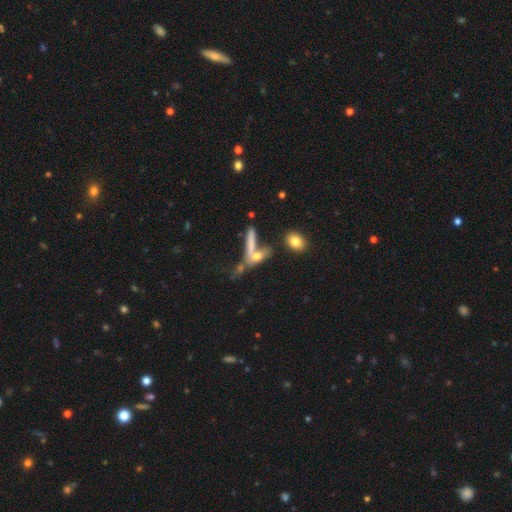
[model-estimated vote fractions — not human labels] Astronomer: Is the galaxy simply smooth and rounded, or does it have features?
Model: smooth — 57%.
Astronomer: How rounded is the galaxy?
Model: cigar-shaped — 57% (runner-up: in between, 36%).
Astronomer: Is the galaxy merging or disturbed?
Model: none — 39% (runner-up: merger, 37%).